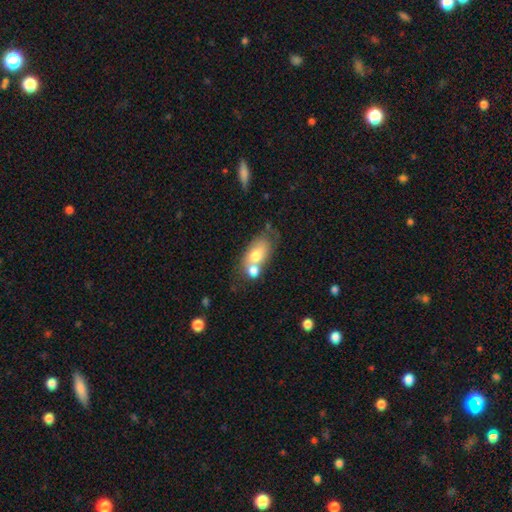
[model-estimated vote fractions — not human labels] A smooth galaxy with no disk features (68%) that is in between round and cigar-shaped (82%). Merging: merger (49%).